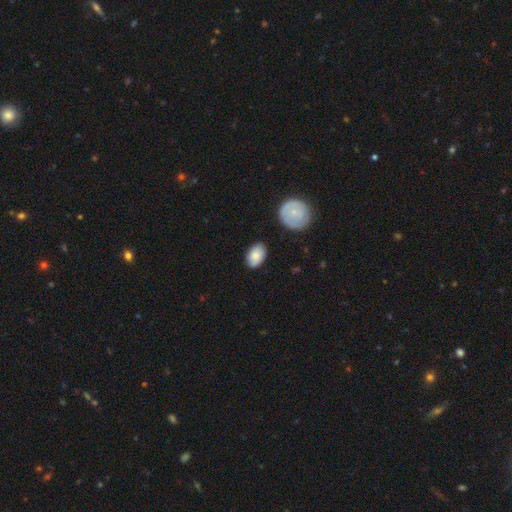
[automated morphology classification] Smooth or featured? smooth (83%)
How rounded? in between (89%)
Merging? none (83%)